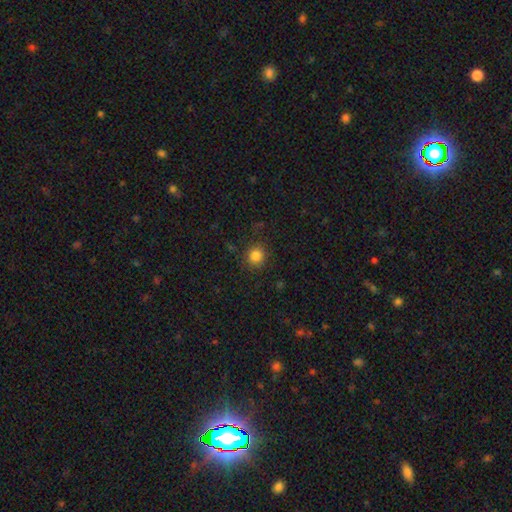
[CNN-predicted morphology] Smooth or featured: smooth — 84% (star or artifact — 12%)
How rounded: round — 88% (in between — 11%)
Merging: none — 87% (minor disturbance — 9%)